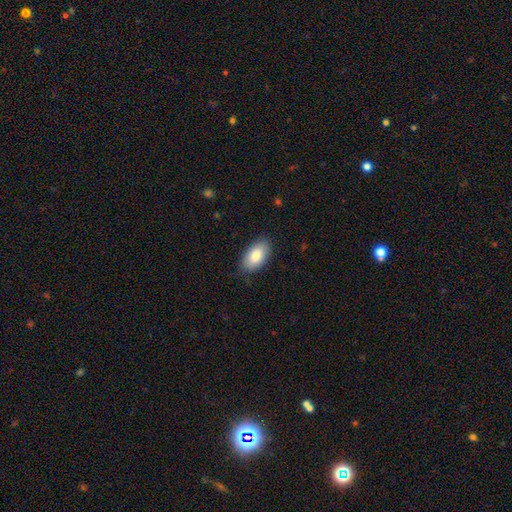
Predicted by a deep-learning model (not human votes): A smooth galaxy with no disk features (84%) that is in between round and cigar-shaped (95%). Merging: none (83%).